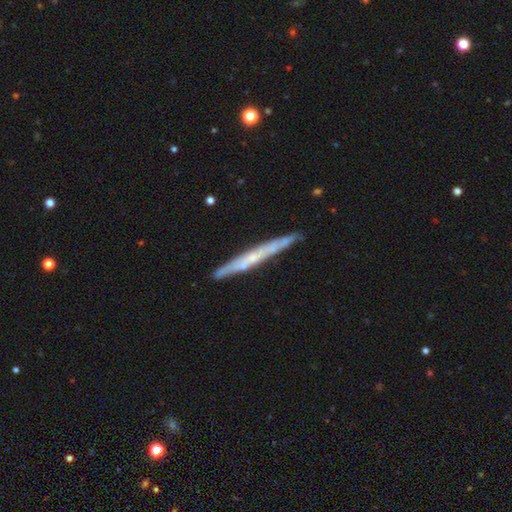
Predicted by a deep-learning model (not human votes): Smooth or featured? Predicted: featured or disk (p=0.65). Edge-on disk? Predicted: yes (p=0.93). Edge-on bulge? Predicted: none (p=0.66). Merging? Predicted: none (p=0.86).